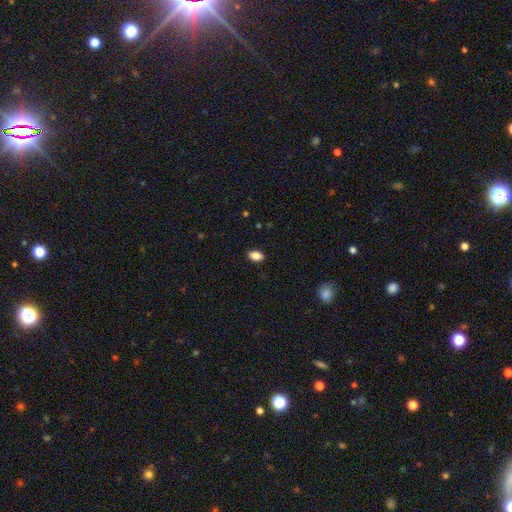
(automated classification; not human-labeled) Smooth or featured: smooth — 87% (star or artifact — 9%)
How rounded: in between — 89% (round — 8%)
Merging: none — 89% (minor disturbance — 8%)